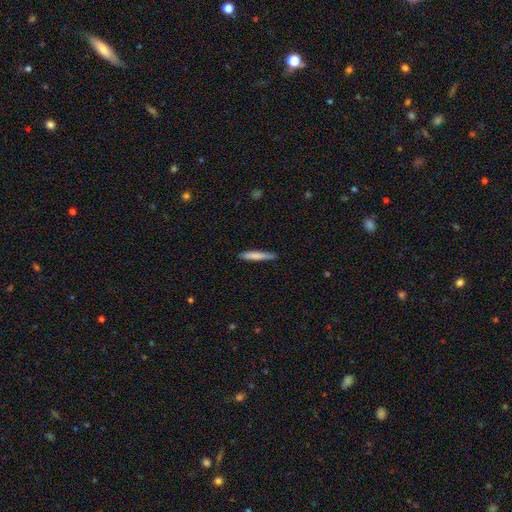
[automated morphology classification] smooth 77%, featured or disk 17%, star or artifact 6%. Down the decision tree: how rounded — cigar-shaped (93%); merging — none (84%).